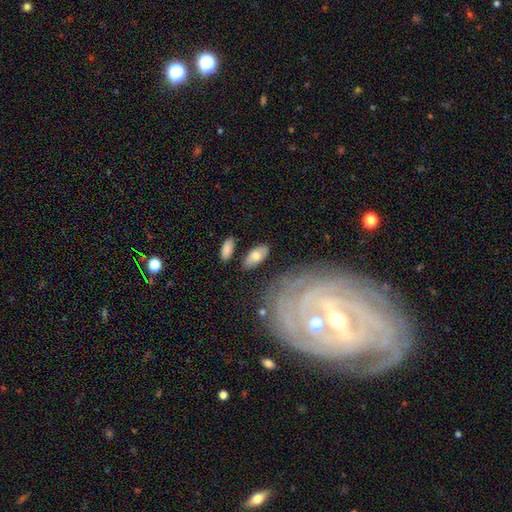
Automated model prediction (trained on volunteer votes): The model was most divided on "smooth or featured": smooth: 71%, featured or disk: 23%, star or artifact: 6%. More confident: how rounded — in between (89%); merging — none (77%).